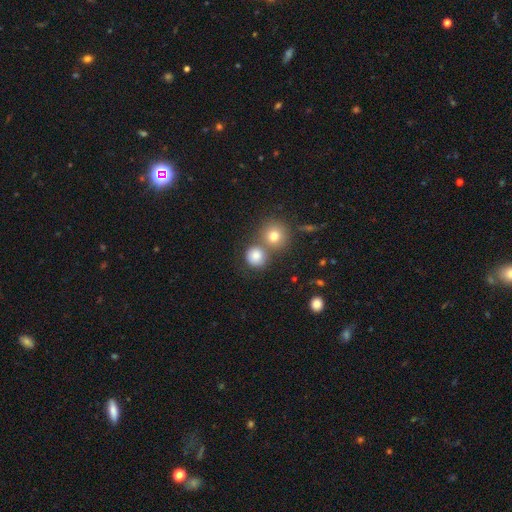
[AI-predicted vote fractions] This appears to be a smooth galaxy with no disk features (80%) that is round (85%). Merging: none (57%).